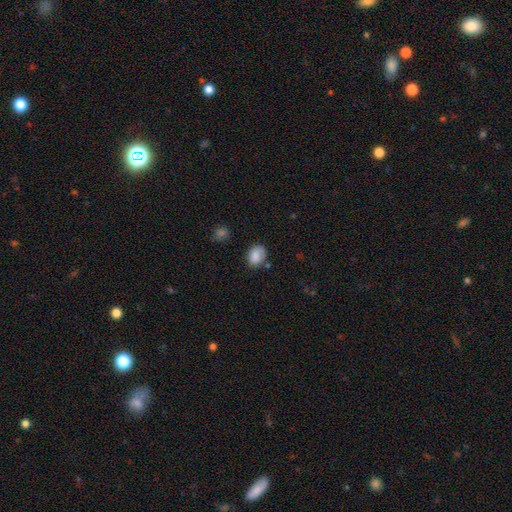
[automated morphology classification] Q: Smooth or featured?
A: smooth (84%); runner-up: star or artifact (9%)
Q: How rounded?
A: in between (61%); runner-up: round (38%)
Q: Merging?
A: none (68%); runner-up: minor disturbance (22%)